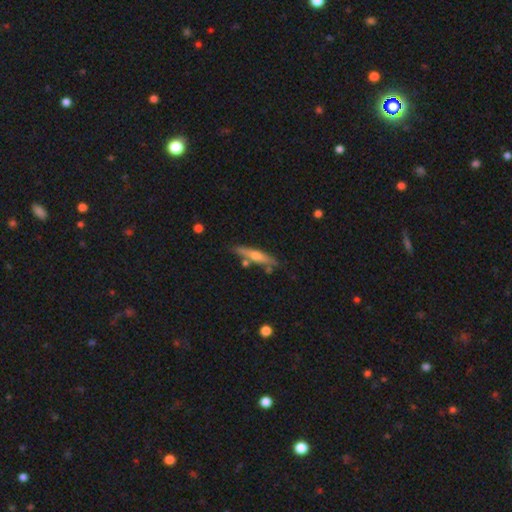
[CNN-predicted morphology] smooth-or-featured: featured or disk: 54% | smooth: 40% | star or artifact: 6%
  disk-edge-on: yes: 92% | no: 8%
  merging: none: 76% | minor disturbance: 14% | merger: 6% | major disturbance: 3%